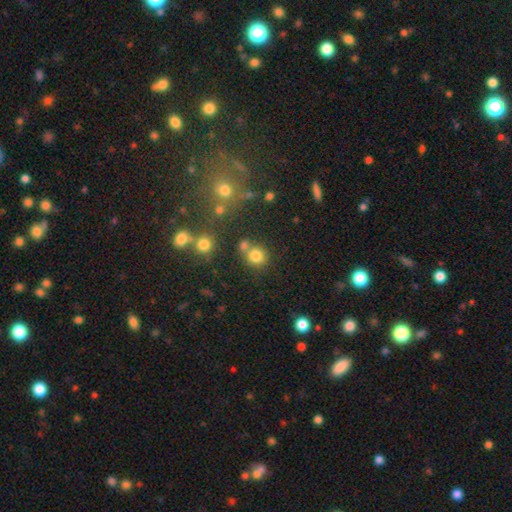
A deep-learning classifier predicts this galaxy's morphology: Overall: smooth (78%). How rounded: round (87%). Merging: none (62%; merger 23%).